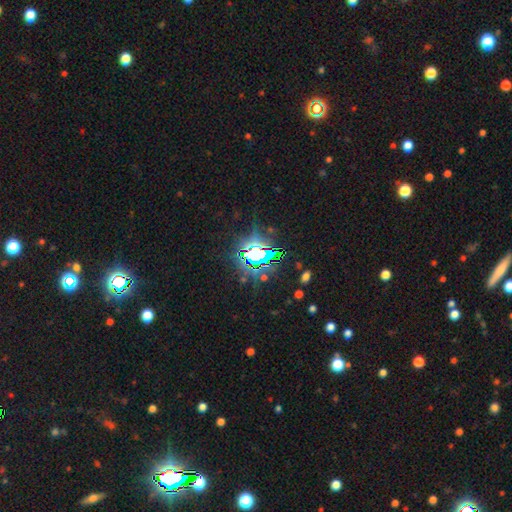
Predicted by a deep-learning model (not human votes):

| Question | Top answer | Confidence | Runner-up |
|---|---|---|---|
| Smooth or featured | star or artifact | 77% | smooth (12%) |